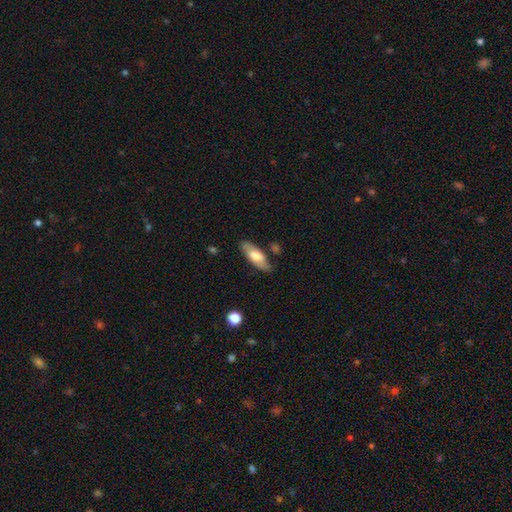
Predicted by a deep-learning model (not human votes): This is likely a smooth galaxy (64%). How rounded: likely in between (69%). Merging: clearly none (80%).